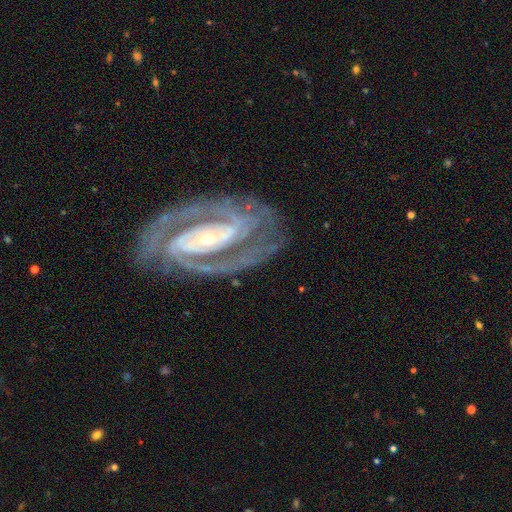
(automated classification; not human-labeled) Smooth or featured?
  - featured or disk: 92% *
  - star or artifact: 5%
  - smooth: 3%
Edge-on disk?
  - no: 96% *
  - yes: 4%
Bar?
  - no: 38% *
  - strong: 35%
  - weak: 27%
Spiral arms?
  - yes: 98% *
  - no: 2%
Spiral winding?
  - tight: 61% *
  - medium: 34%
  - loose: 5%
Spiral arm count?
  - 2: 68% *
  - 3: 13%
  - can't tell: 7%
  - 4: 5%
  - more than 4: 4%
  - 1: 4%
Bulge size?
  - small: 62% *
  - moderate: 33%
  - large: 3%
  - dominant: 1%
  - none: 1%
Merging?
  - none: 77% *
  - minor disturbance: 15%
  - major disturbance: 7%
  - merger: 2%